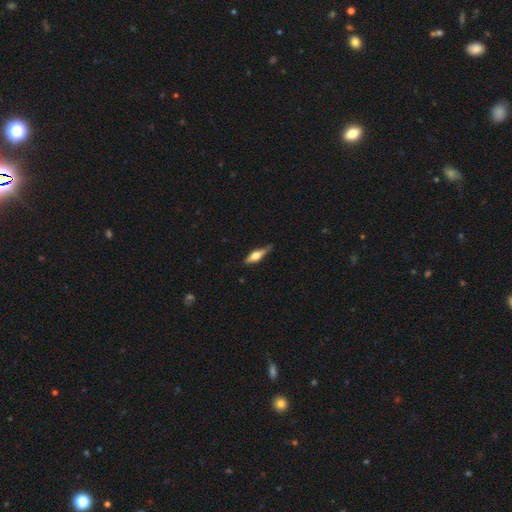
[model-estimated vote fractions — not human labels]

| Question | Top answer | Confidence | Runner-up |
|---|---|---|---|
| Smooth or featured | featured or disk | 52% | smooth (42%) |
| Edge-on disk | yes | 94% | no (6%) |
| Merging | none | 74% | minor disturbance (20%) |